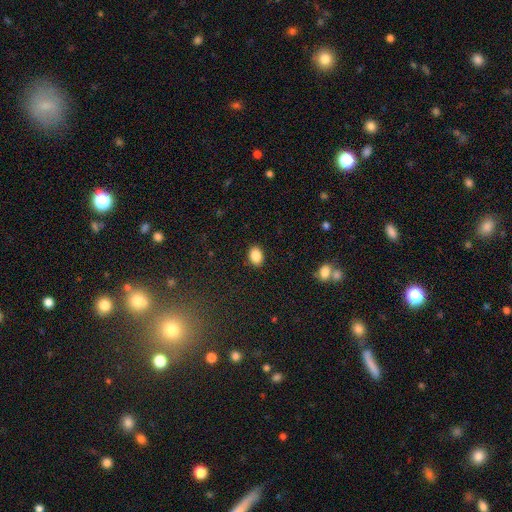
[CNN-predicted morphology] The model was most divided on "how rounded": in between: 77%, round: 22%, cigar-shaped: 1%. More confident: merging — none (88%); smooth or featured — smooth (87%).